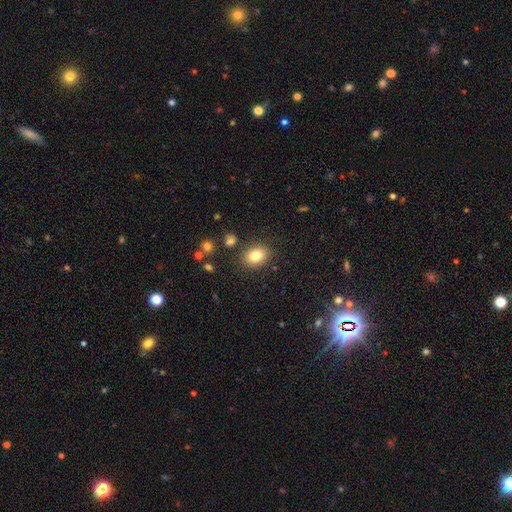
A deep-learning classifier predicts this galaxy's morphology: This appears to be a smooth galaxy with no disk features (82%) that is in between round and cigar-shaped (65%). Merging: none (85%).